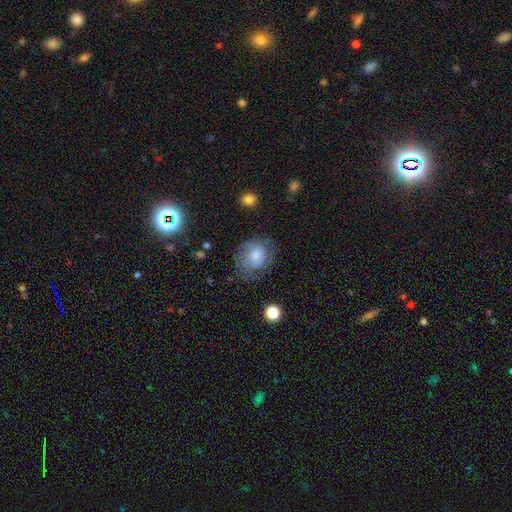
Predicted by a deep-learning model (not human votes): smooth 60%, featured or disk 32%, star or artifact 9%. Down the decision tree: how rounded — round (72%); merging — none (62%).